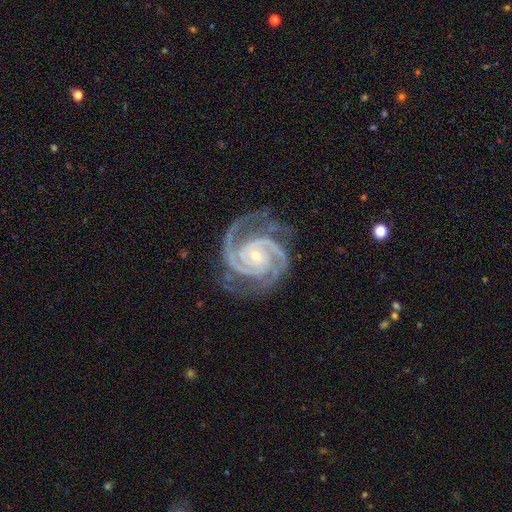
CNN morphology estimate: A featured or disk galaxy (94%) with no bar (66%), 2 (51%) tight (69%) spiral arms (99%) and a small central bulge (71%).

Vote fractions:
- Smooth or featured? featured or disk: 94% / star or artifact: 4% / smooth: 2%
- Edge-on disk? no: 98% / yes: 2%
- Bar? no: 66% / weak: 21% / strong: 13%
- Spiral arms? yes: 99% / no: 1%
- Spiral winding? tight: 69% / medium: 29% / loose: 3%
- Spiral arm count? 2: 51% / 3: 32% / 4: 5% / can't tell: 4% / more than 4: 3% / 1: 3%
- Bulge size? small: 71% / moderate: 26% / large: 1% / none: 1% / dominant: 1%
- Merging? none: 75% / minor disturbance: 17% / major disturbance: 7% / merger: 1%